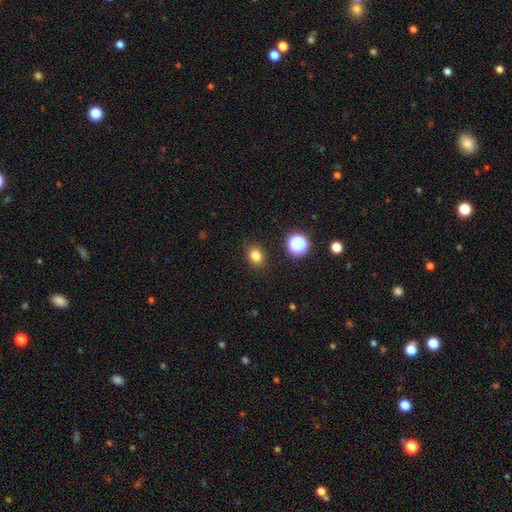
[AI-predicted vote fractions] The model was most divided on "how rounded": round: 55%, in between: 44%, cigar-shaped: 1%. More confident: merging — none (88%); smooth or featured — smooth (80%).